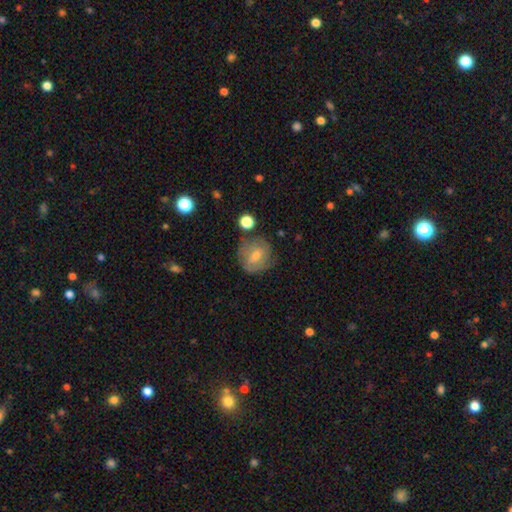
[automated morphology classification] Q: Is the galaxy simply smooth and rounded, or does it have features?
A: smooth — 51%.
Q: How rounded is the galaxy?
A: round — 78%.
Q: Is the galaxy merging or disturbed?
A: none — 70%.